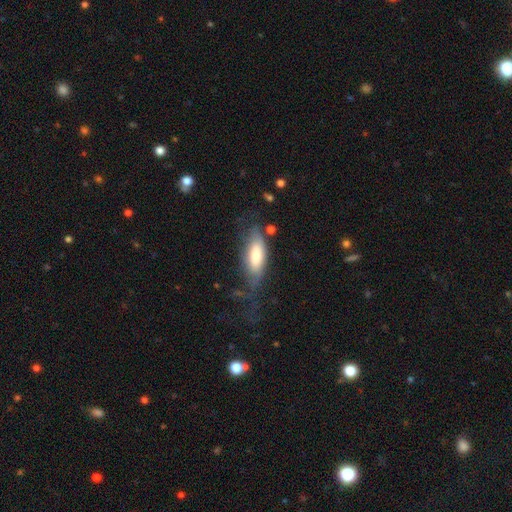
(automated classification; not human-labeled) This is likely a smooth galaxy (61%). How rounded: likely in between (70%). Merging: possibly none (46%).